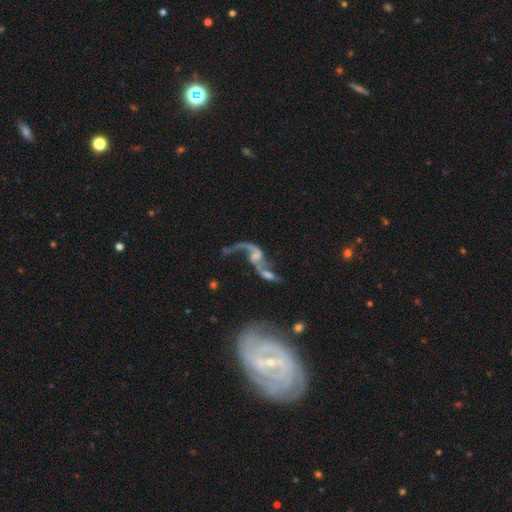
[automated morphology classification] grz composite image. It shows a featured or disk galaxy (80%) with no bar (56%), 2 (75%) loose (91%) spiral arms (84%) and no central bulge (37%). Merging: merger (49%).